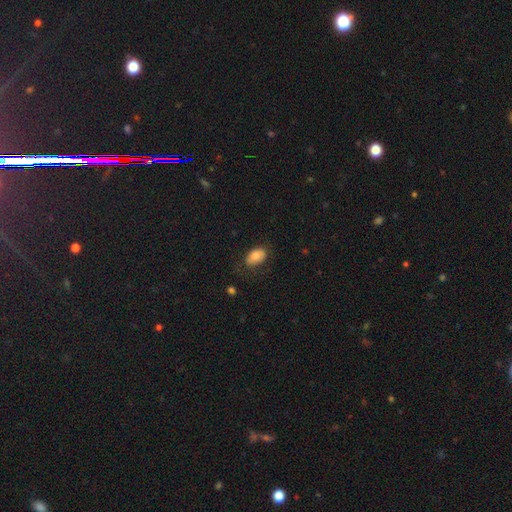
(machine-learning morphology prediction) smooth_or_featured: smooth (p=0.80) [alt: featured or disk p=0.12]
how_rounded: in between (p=0.90) [alt: round p=0.09]
merging: none (p=0.74) [alt: minor disturbance p=0.19]